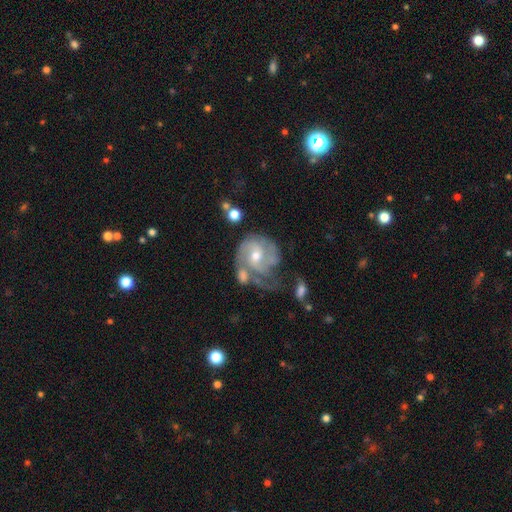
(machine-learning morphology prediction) Smooth or featured: featured or disk — 79% (smooth — 15%)
Edge-on disk: no — 98% (yes — 2%)
Bar: no — 51% (weak — 40%)
Spiral arms: yes — 91% (no — 9%)
Spiral winding: tight — 44% (medium — 41%)
Spiral arm count: 2 — 45% (can't tell — 23%)
Bulge size: moderate — 55% (small — 41%)
Merging: none — 34% (major disturbance — 23%)